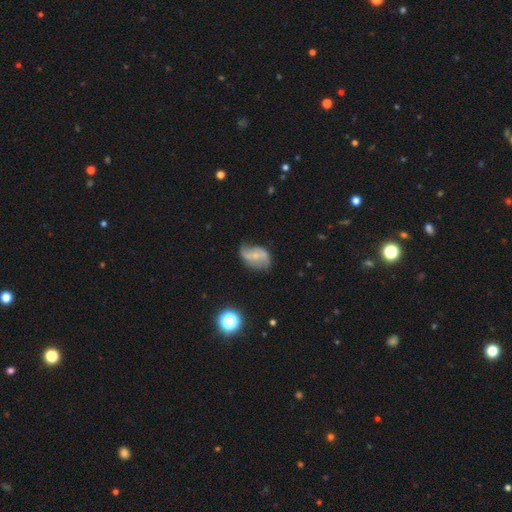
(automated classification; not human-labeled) Q: Smooth or featured?
A: featured or disk (69%); runner-up: smooth (22%)
Q: Edge-on disk?
A: no (97%); runner-up: yes (3%)
Q: Bar?
A: no (52%); runner-up: weak (36%)
Q: Spiral arms?
A: yes (89%); runner-up: no (11%)
Q: Spiral winding?
A: loose (65%); runner-up: medium (26%)
Q: Spiral arm count?
A: 2 (85%); runner-up: can't tell (7%)
Q: Bulge size?
A: small (67%); runner-up: moderate (21%)
Q: Merging?
A: none (56%); runner-up: minor disturbance (29%)